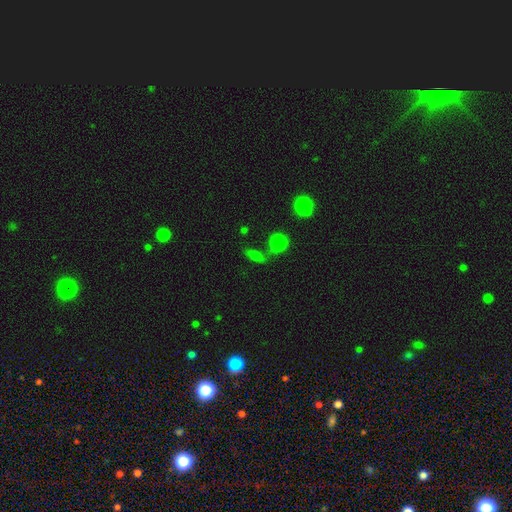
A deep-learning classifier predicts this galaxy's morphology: smooth 64%, star or artifact 19%, featured or disk 17%. Down the decision tree: how rounded — in between (56%); merging — none (57%).